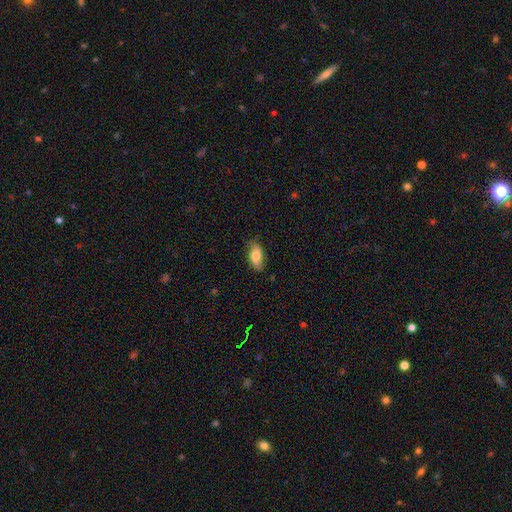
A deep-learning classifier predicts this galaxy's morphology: Smooth or featured? smooth (76%)
How rounded? in between (86%)
Merging? none (76%)